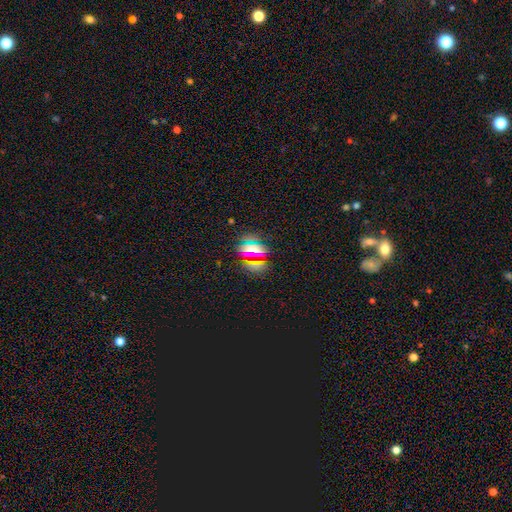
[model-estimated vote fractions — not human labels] smooth 50%, star or artifact 38%, featured or disk 12%. Down the decision tree: how rounded — in between (57%); merging — none (76%).